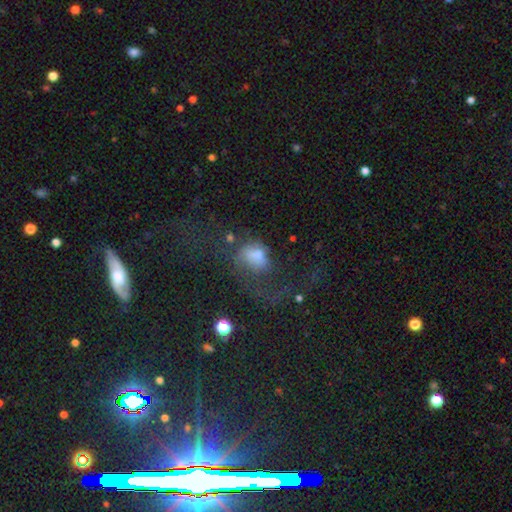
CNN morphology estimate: A smooth galaxy with no disk features (51%) that is in between round and cigar-shaped (62%). Merging: major disturbance (53%).